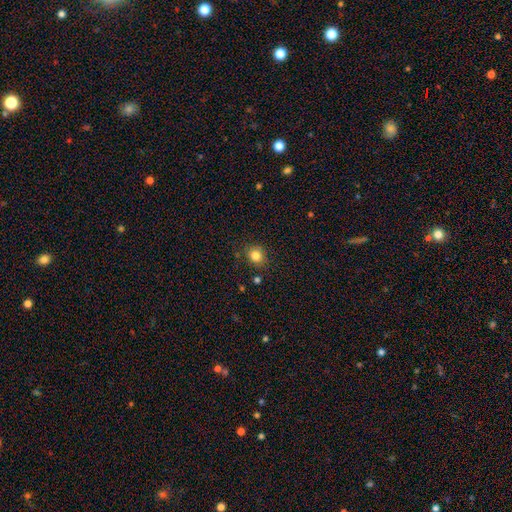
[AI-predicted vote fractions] Smooth or featured? Predicted: smooth (p=0.83). How rounded? Predicted: round (p=0.76). Merging? Predicted: none (p=0.82).